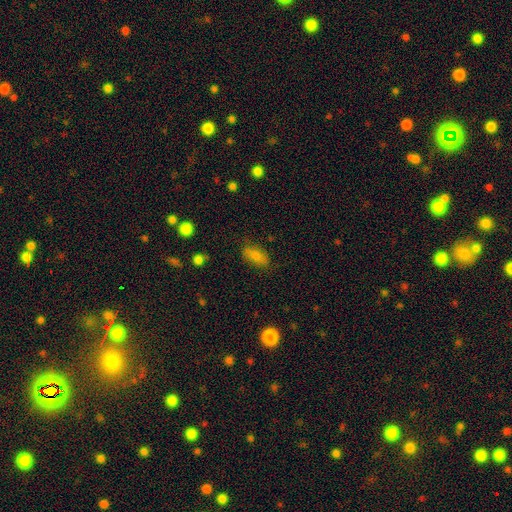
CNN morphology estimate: This appears to be a smooth galaxy with no disk features (79%) that is in between round and cigar-shaped (88%). Merging: none (76%).